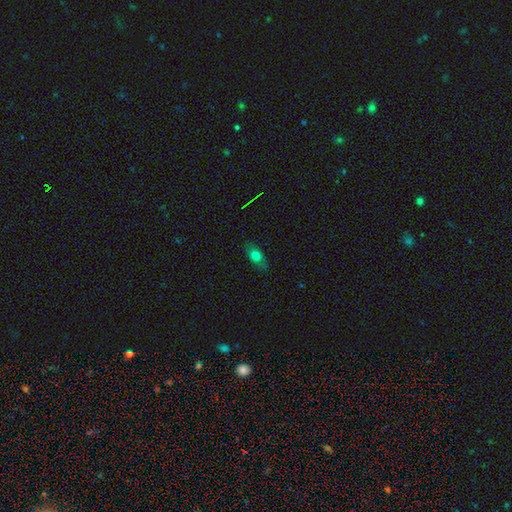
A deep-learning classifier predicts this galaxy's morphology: Overall: smooth (70%). How rounded: in between (74%). Merging: none (78%).